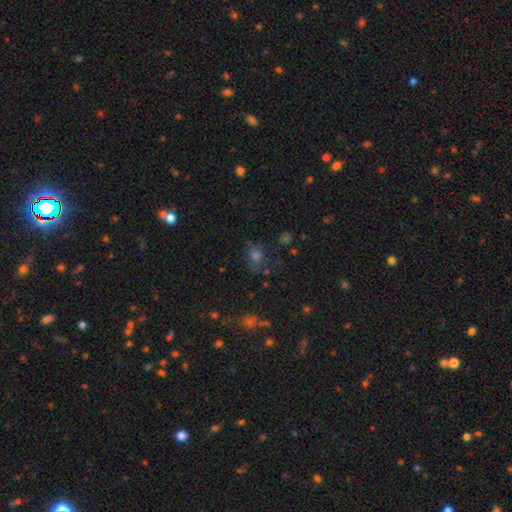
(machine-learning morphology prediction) Smooth or featured?
  - smooth: 54% *
  - star or artifact: 30%
  - featured or disk: 16%
How rounded?
  - round: 62% *
  - in between: 36%
  - cigar-shaped: 2%
Merging?
  - none: 65% *
  - minor disturbance: 19%
  - major disturbance: 11%
  - merger: 5%